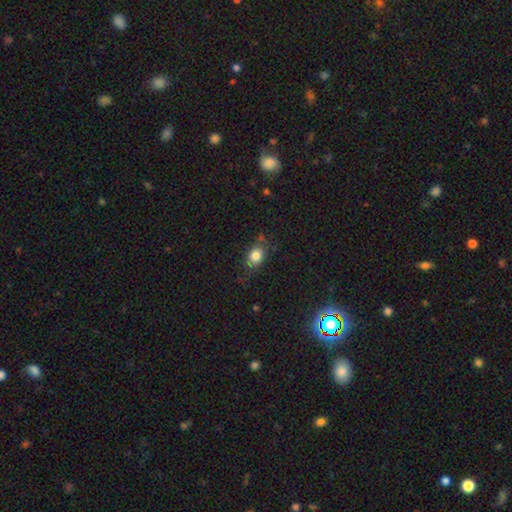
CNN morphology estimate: This appears to be a smooth galaxy with no disk features (79%) that is in between round and cigar-shaped (68%). Merging: none (68%).